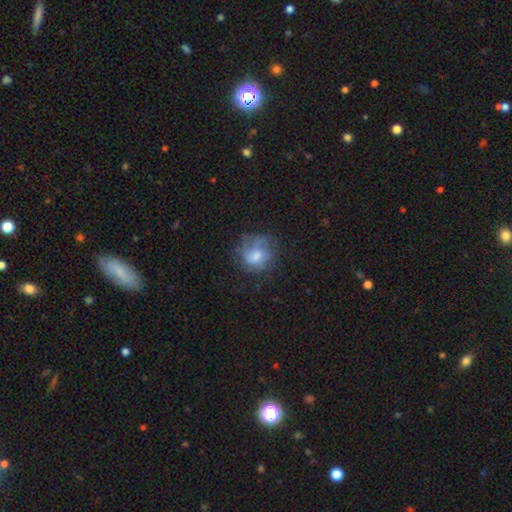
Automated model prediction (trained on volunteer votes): The model was most divided on "smooth or featured": smooth: 53%, featured or disk: 37%, star or artifact: 11%. More confident: how rounded — round (76%); merging — none (59%).